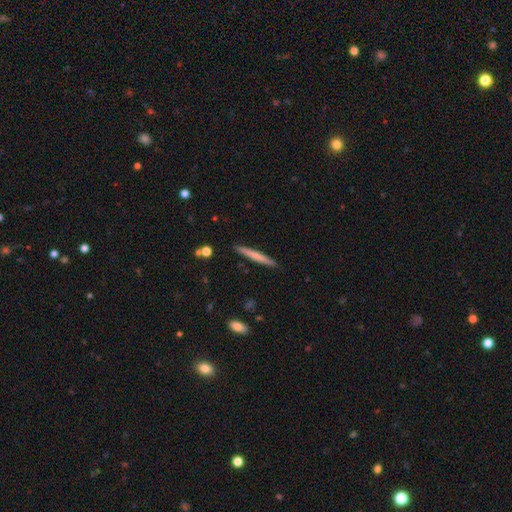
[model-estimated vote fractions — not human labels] Smooth or featured? smooth (62%)
How rounded? cigar-shaped (96%)
Merging? none (91%)